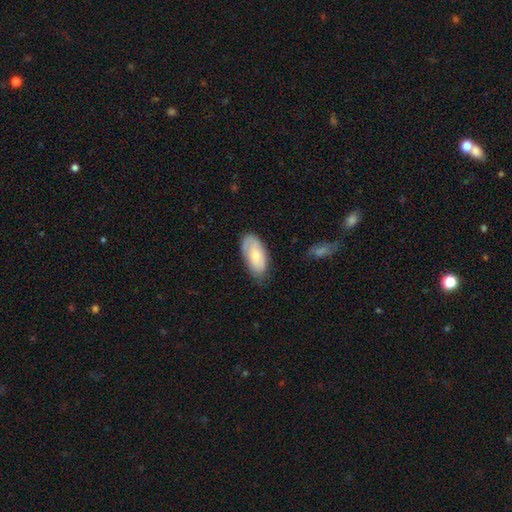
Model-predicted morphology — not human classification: Overall: smooth (63%; featured or disk 31%). How rounded: in between (93%). Merging: none (68%).